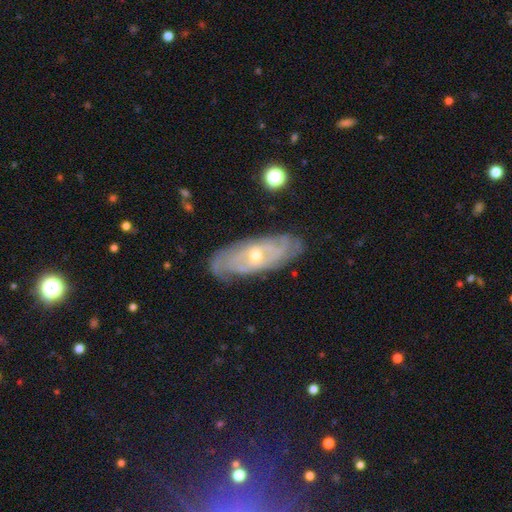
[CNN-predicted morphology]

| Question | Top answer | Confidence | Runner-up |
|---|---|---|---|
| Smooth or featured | featured or disk | 79% | smooth (14%) |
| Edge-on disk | no | 85% | yes (15%) |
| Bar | no | 62% | weak (30%) |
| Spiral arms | yes | 89% | no (11%) |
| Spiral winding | tight | 71% | medium (22%) |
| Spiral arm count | can't tell | 54% | 2 (19%) |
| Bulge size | small | 56% | moderate (41%) |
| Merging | none | 81% | minor disturbance (14%) |